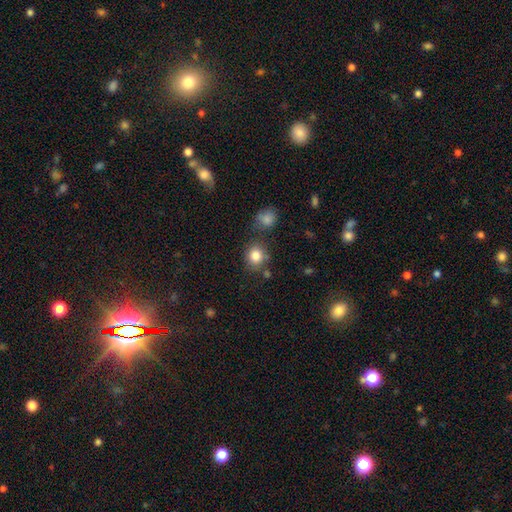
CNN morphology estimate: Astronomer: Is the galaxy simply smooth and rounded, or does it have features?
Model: smooth — 83%.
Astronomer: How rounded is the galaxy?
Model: round — 77%.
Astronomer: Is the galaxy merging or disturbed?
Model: none — 72%.